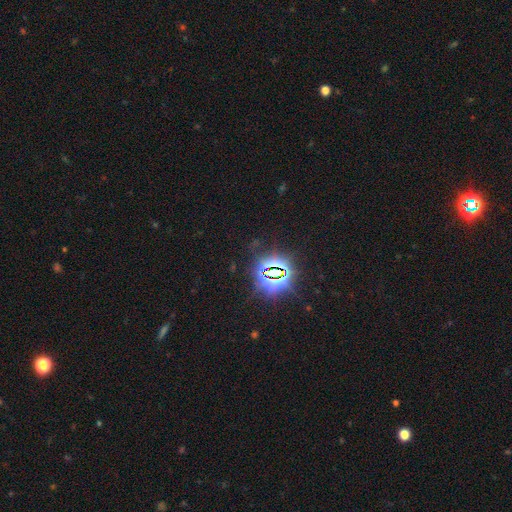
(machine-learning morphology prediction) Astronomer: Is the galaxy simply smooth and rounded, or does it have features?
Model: star or artifact — 83%.